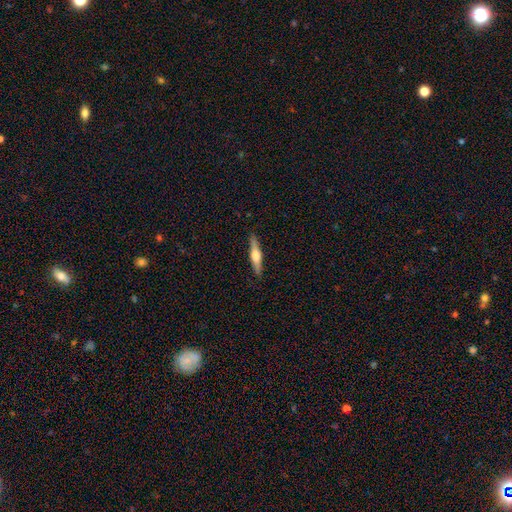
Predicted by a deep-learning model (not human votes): Smooth or featured? Predicted: featured or disk (p=0.58). Edge-on disk? Predicted: yes (p=0.97). Edge-on bulge? Predicted: rounded (p=0.91). Merging? Predicted: none (p=0.90).